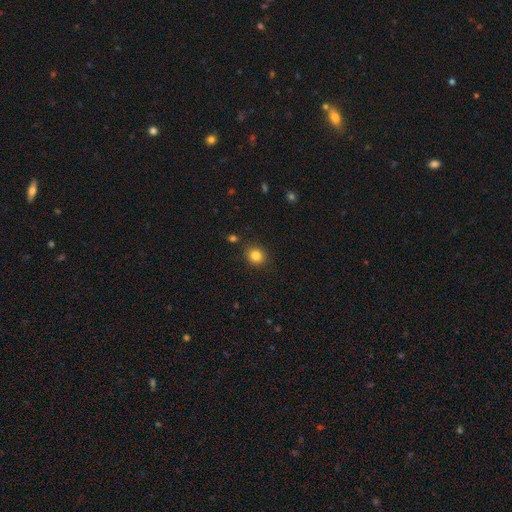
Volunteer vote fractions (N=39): Smooth or featured? smooth (79%)
How rounded? round (71%)
Merging? none (80%)